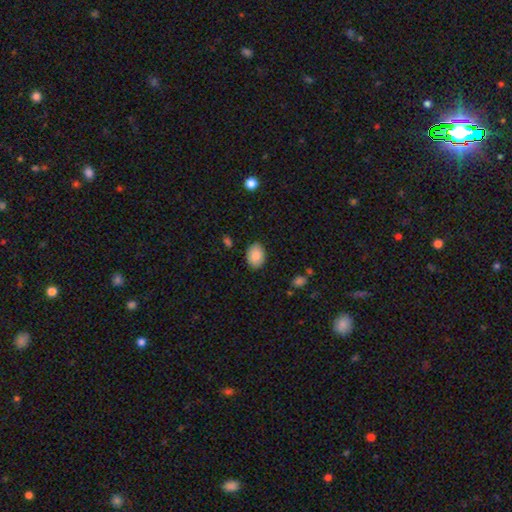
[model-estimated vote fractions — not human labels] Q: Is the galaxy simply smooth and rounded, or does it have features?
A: smooth — 85%.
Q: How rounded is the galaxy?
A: in between — 75%.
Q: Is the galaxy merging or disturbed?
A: none — 87%.